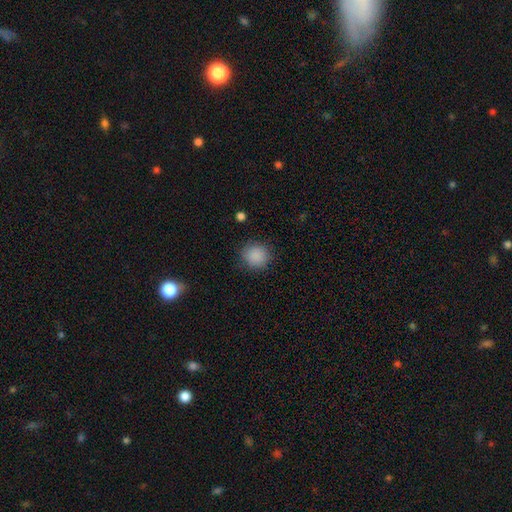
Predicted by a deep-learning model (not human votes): Smooth or featured? smooth (88%)
How rounded? round (89%)
Merging? none (86%)